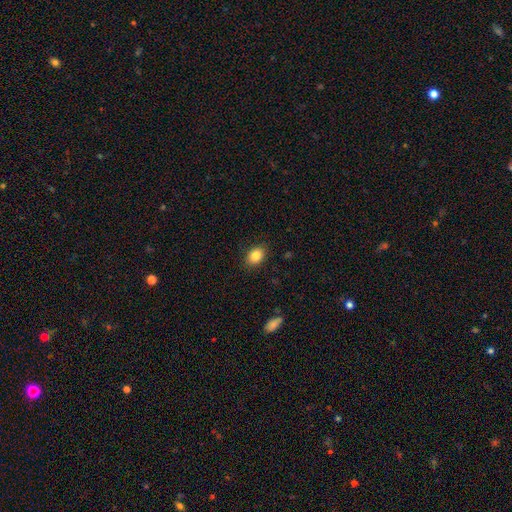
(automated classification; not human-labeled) This appears to be a smooth galaxy with no disk features (85%) that is in between round and cigar-shaped (70%). Merging: none (87%).